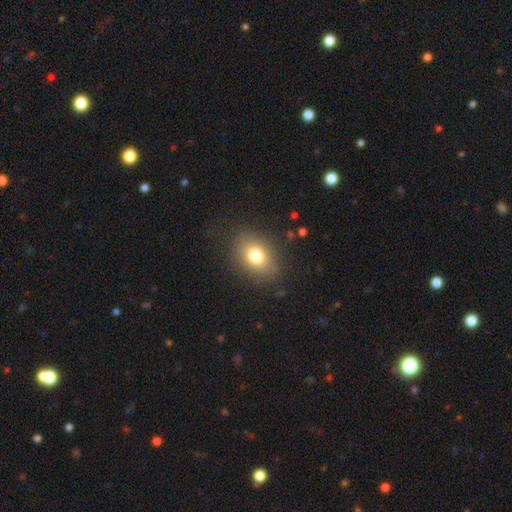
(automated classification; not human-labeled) smooth-or-featured: smooth: 77% | featured or disk: 12% | star or artifact: 11%
  how-rounded: in between: 65% | round: 34% | cigar-shaped: 1%
  merging: none: 83% | minor disturbance: 11% | major disturbance: 5% | merger: 1%